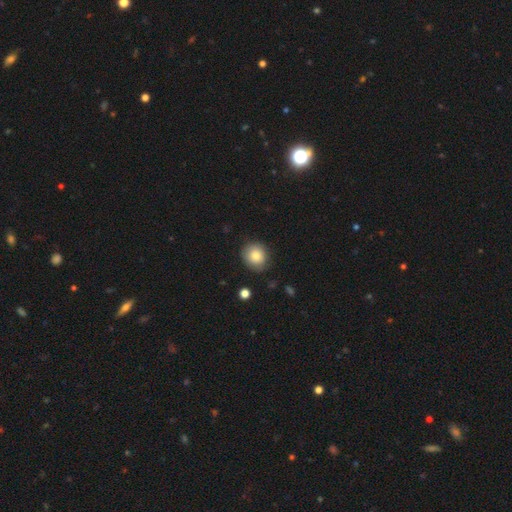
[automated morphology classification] type=smooth (82%); roundness=round (83%); merging=none (81%).